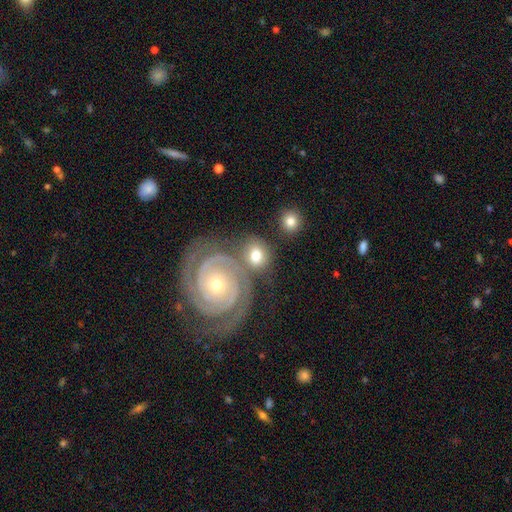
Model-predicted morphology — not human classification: Q: Smooth or featured?
A: featured or disk (58%); runner-up: smooth (35%)
Q: Edge-on disk?
A: no (96%); runner-up: yes (4%)
Q: Bar?
A: no (66%); runner-up: weak (24%)
Q: Spiral arms?
A: yes (92%); runner-up: no (8%)
Q: Spiral winding?
A: tight (66%); runner-up: medium (29%)
Q: Spiral arm count?
A: 2 (75%); runner-up: 3 (10%)
Q: Bulge size?
A: small (46%); tied with: moderate (46%)
Q: Merging?
A: none (60%); runner-up: merger (21%)